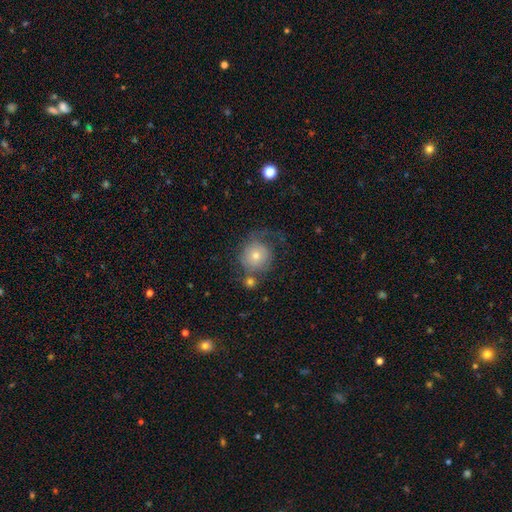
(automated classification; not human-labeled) This is possibly a smooth galaxy (51%). How rounded: clearly round (86%). Merging: possibly none (50%).